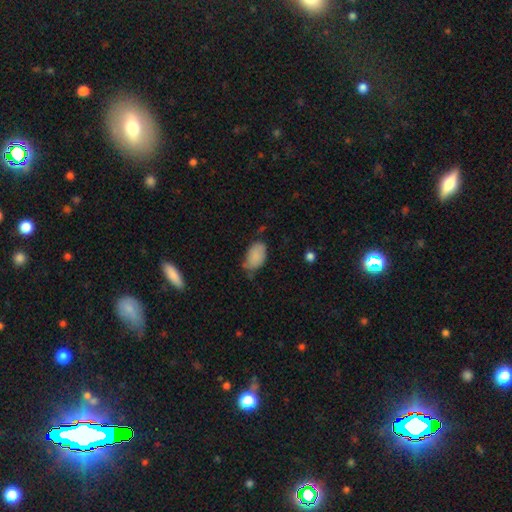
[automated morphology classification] smooth_or_featured: smooth (p=0.85) [alt: star or artifact p=0.07]
how_rounded: in between (p=0.92) [alt: round p=0.07]
merging: none (p=0.50) [alt: minor disturbance p=0.38]